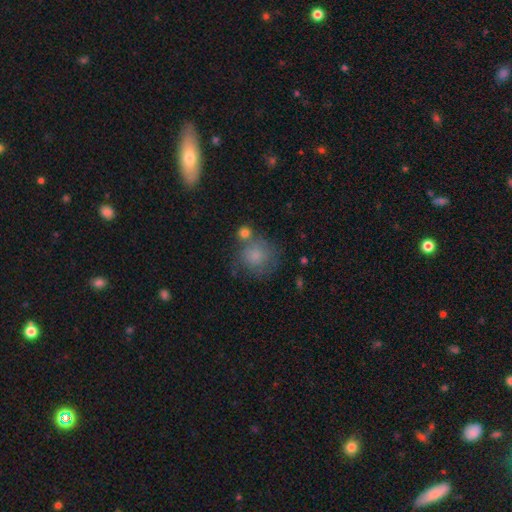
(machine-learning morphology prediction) Smooth or featured: smooth — 75% (featured or disk — 16%)
How rounded: round — 87% (in between — 12%)
Merging: none — 55% (minor disturbance — 19%)